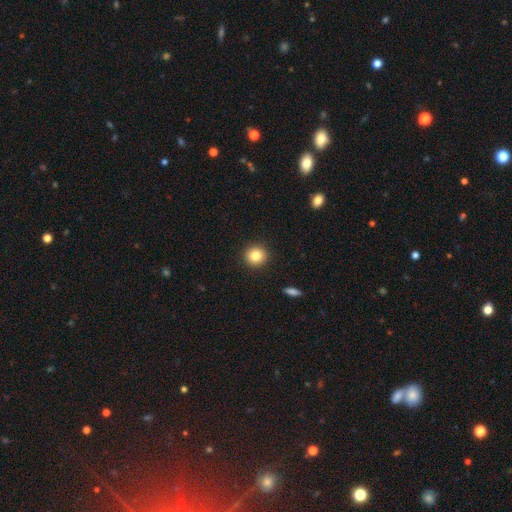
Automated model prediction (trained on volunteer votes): A smooth galaxy with no disk features (83%) that is round (92%). Merging: none (92%).